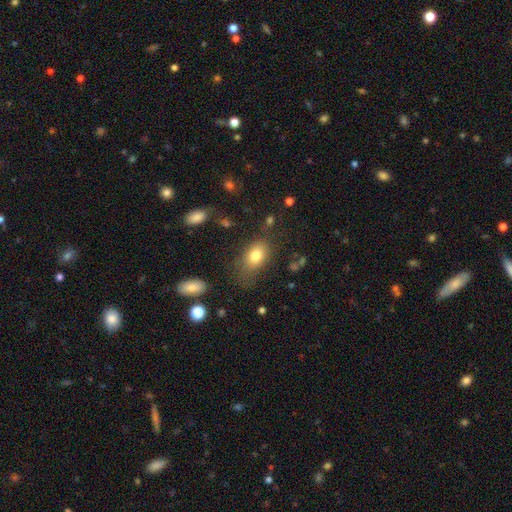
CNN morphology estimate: A smooth galaxy with no disk features (78%) that is in between round and cigar-shaped (80%).

Vote fractions:
- Smooth or featured? smooth: 78% / featured or disk: 11% / star or artifact: 11%
- How rounded? in between: 80% / round: 18% / cigar-shaped: 2%
- Merging? none: 61% / minor disturbance: 23% / major disturbance: 13% / merger: 3%